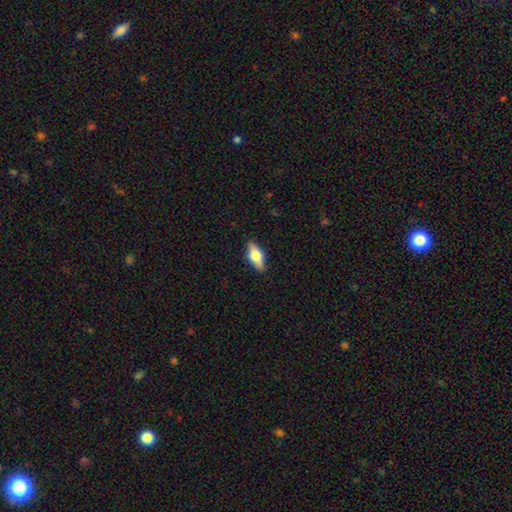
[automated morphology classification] smooth-or-featured: smooth: 59% | featured or disk: 34% | star or artifact: 7%
  how-rounded: in between: 76% | cigar-shaped: 20% | round: 4%
  merging: none: 88% | minor disturbance: 9% | major disturbance: 2% | merger: 1%